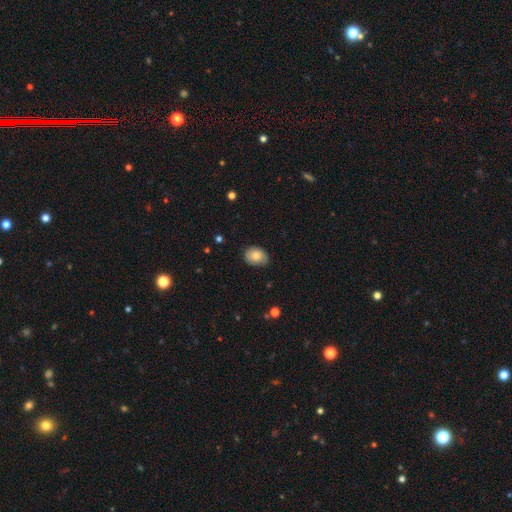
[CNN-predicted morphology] Smooth or featured?
  - smooth: 80% *
  - featured or disk: 12%
  - star or artifact: 8%
How rounded?
  - in between: 65% *
  - round: 34%
  - cigar-shaped: 1%
Merging?
  - none: 77% *
  - minor disturbance: 19%
  - major disturbance: 3%
  - merger: 1%